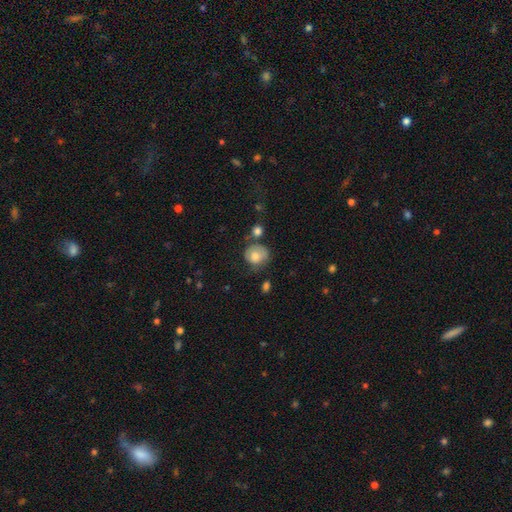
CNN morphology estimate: smooth_or_featured: smooth (p=0.73) [alt: featured or disk p=0.19]
how_rounded: round (p=0.77) [alt: in between p=0.22]
merging: none (p=0.50) [alt: minor disturbance p=0.27]